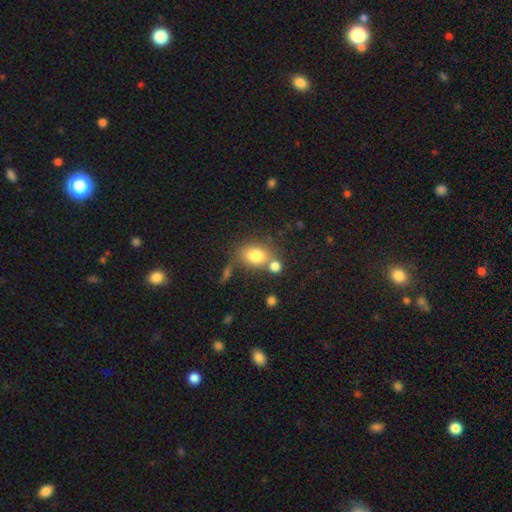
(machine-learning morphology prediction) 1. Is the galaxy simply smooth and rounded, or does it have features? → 78% smooth, 11% featured or disk, 11% star or artifact.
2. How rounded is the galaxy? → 59% in between, 39% round, 2% cigar-shaped.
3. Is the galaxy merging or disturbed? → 57% none, 23% merger, 14% minor disturbance, 6% major disturbance.